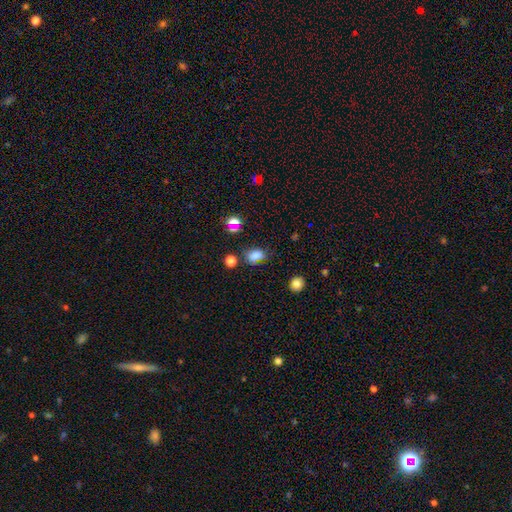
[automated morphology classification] This is likely a smooth galaxy (73%). How rounded: likely in between (67%). Merging: likely none (61%).